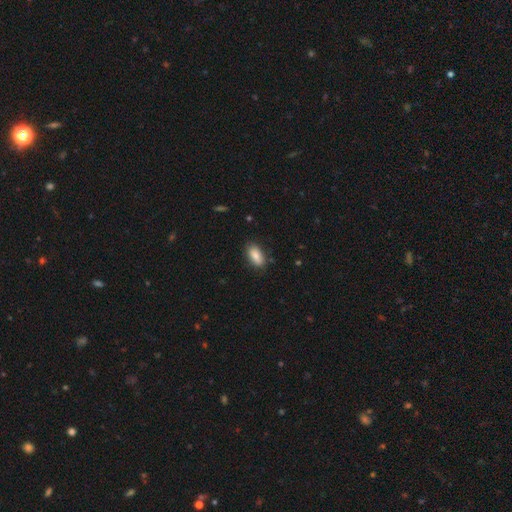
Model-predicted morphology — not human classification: type=smooth (85%); roundness=in between (90%); merging=none (83%).